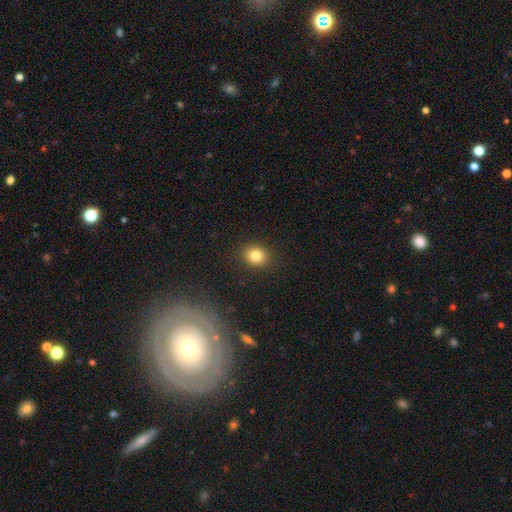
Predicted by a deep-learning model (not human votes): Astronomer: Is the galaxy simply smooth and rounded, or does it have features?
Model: smooth — 83%.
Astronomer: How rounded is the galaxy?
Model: round — 64%.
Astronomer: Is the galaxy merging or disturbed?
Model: none — 89%.